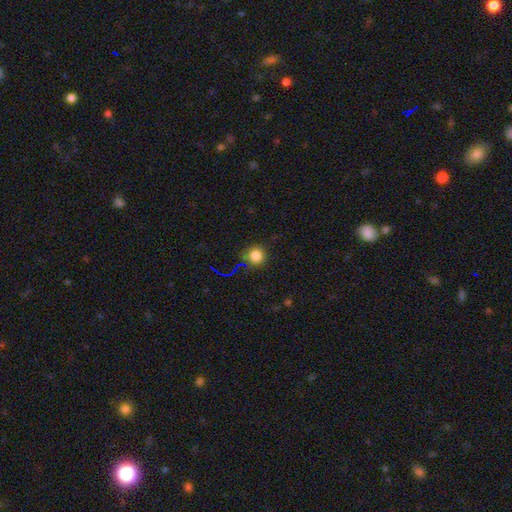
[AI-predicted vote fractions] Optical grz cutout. It shows a smooth galaxy with no disk features (80%) that is round (93%). Merging: none (86%).